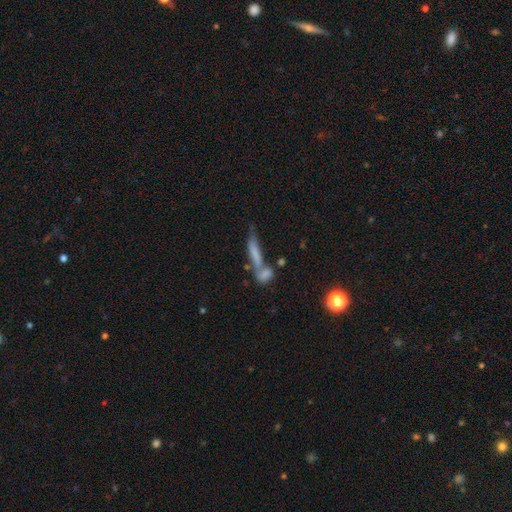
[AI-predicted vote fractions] Q: Smooth or featured?
A: smooth (56%); runner-up: featured or disk (30%)
Q: How rounded?
A: cigar-shaped (76%); runner-up: in between (19%)
Q: Merging?
A: merger (45%); runner-up: none (36%)